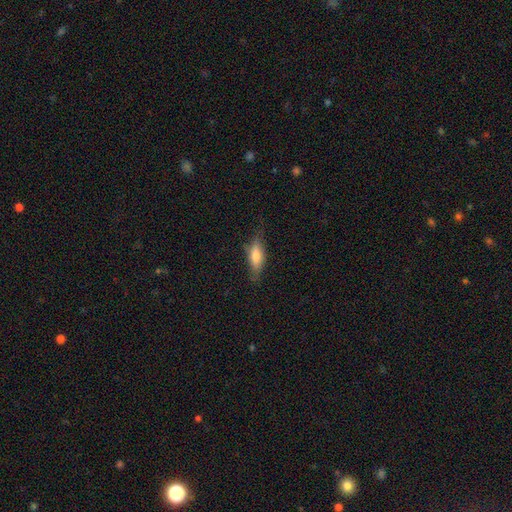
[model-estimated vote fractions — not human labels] smooth 65%, featured or disk 29%, star or artifact 7%. Down the decision tree: how rounded — in between (53%); merging — none (73%).